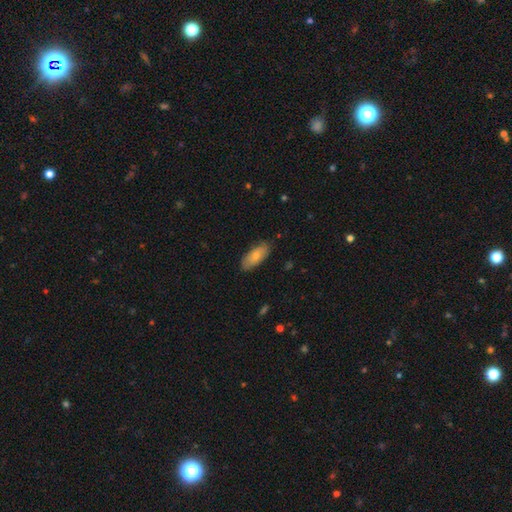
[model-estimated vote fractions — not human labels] Smooth or featured? Predicted: smooth (p=0.75). How rounded? Predicted: in between (p=0.85). Merging? Predicted: none (p=0.81).